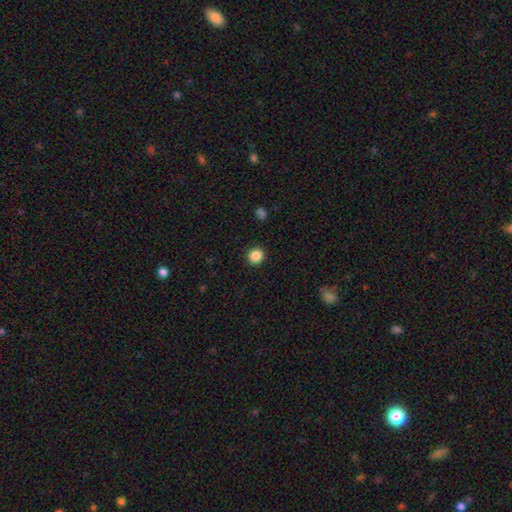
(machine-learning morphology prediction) The model was most divided on "smooth or featured": smooth: 87%, star or artifact: 10%, featured or disk: 3%. More confident: merging — none (92%); how rounded — round (92%).